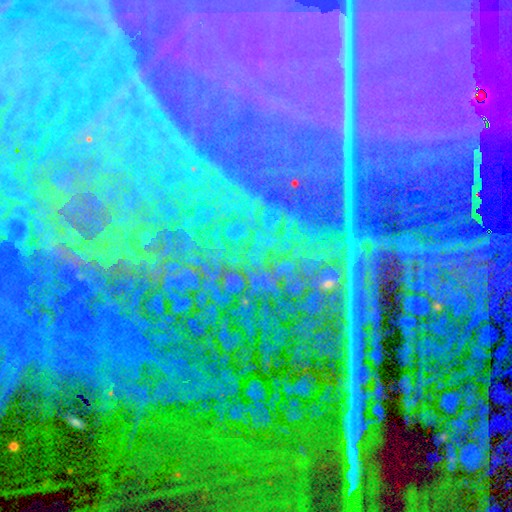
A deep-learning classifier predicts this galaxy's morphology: Smooth or featured? star or artifact (89%)